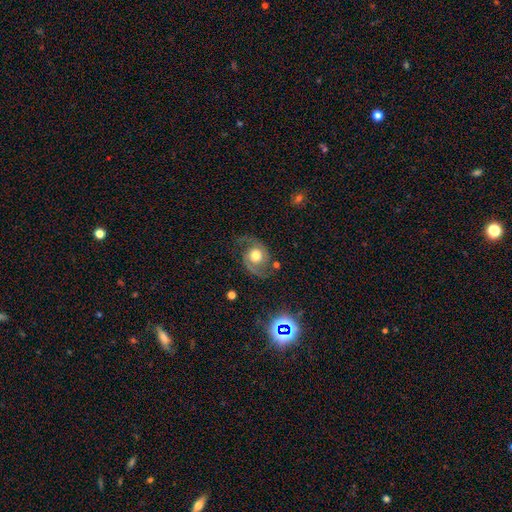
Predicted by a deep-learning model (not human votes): Q: Smooth or featured?
A: featured or disk (81%); runner-up: smooth (11%)
Q: Edge-on disk?
A: no (98%); runner-up: yes (2%)
Q: Bar?
A: no (75%); runner-up: weak (20%)
Q: Spiral arms?
A: yes (96%); runner-up: no (4%)
Q: Spiral winding?
A: medium (54%); runner-up: loose (27%)
Q: Spiral arm count?
A: 2 (92%); runner-up: 1 (3%)
Q: Bulge size?
A: moderate (64%); runner-up: large (23%)
Q: Merging?
A: none (71%); runner-up: minor disturbance (17%)